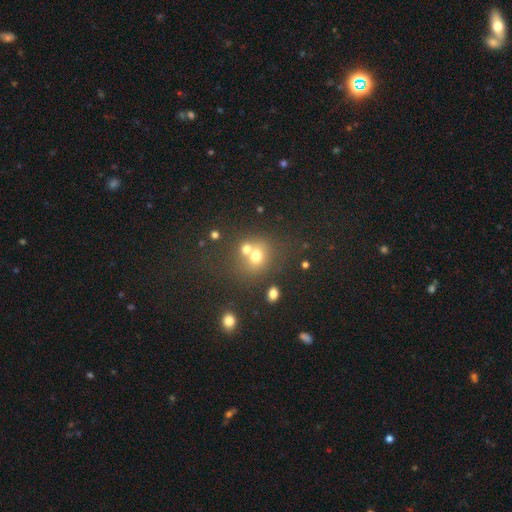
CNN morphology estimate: Smooth or featured? smooth (67%)
How rounded? round (73%)
Merging? none (46%)